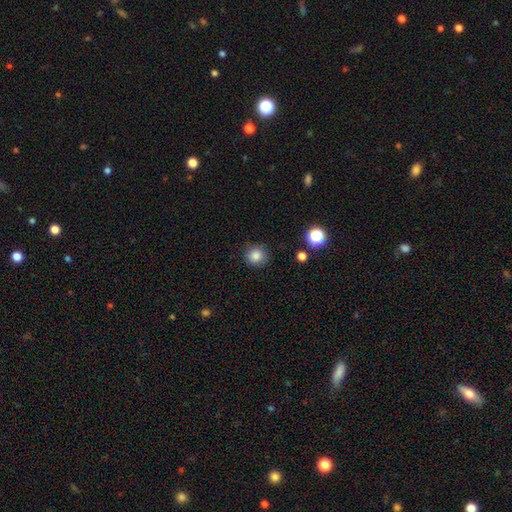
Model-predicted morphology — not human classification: This appears to be a smooth galaxy with no disk features (84%) that is round (92%). Merging: none (88%).